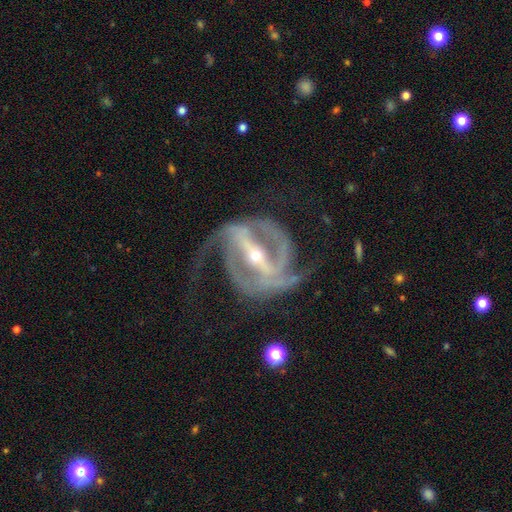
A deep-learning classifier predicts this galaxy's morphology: Smooth or featured: featured or disk — 93% (star or artifact — 5%)
Edge-on disk: no — 95% (yes — 5%)
Bar: strong — 83% (weak — 13%)
Spiral arms: yes — 97% (no — 3%)
Spiral winding: medium — 49% (tight — 33%)
Spiral arm count: 2 — 62% (3 — 18%)
Bulge size: small — 65% (moderate — 32%)
Merging: none — 60% (major disturbance — 21%)